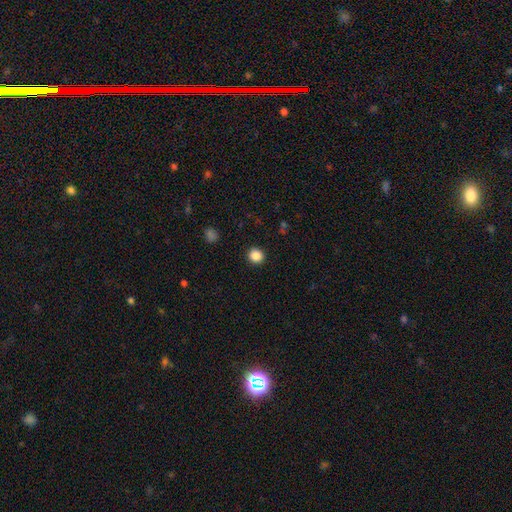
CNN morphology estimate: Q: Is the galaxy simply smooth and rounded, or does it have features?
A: smooth — 87%.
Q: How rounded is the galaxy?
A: round — 88%.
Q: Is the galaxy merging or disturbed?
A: none — 92%.